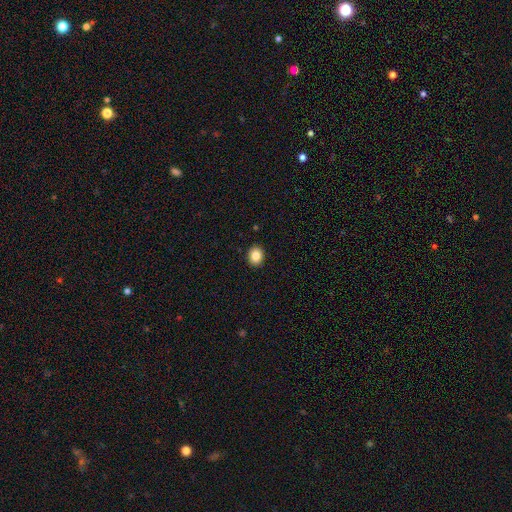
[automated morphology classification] Smooth or featured: smooth — 85% (star or artifact — 9%)
How rounded: round — 56% (in between — 43%)
Merging: none — 91% (minor disturbance — 6%)